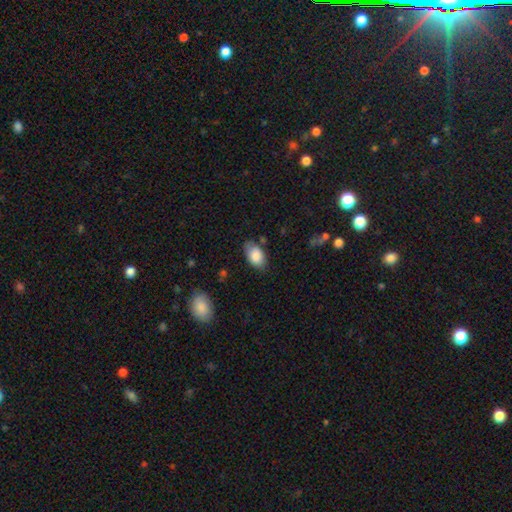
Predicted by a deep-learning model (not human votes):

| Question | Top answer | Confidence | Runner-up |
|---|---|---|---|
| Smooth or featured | smooth | 85% | featured or disk (8%) |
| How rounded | in between | 93% | round (5%) |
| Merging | none | 73% | minor disturbance (20%) |